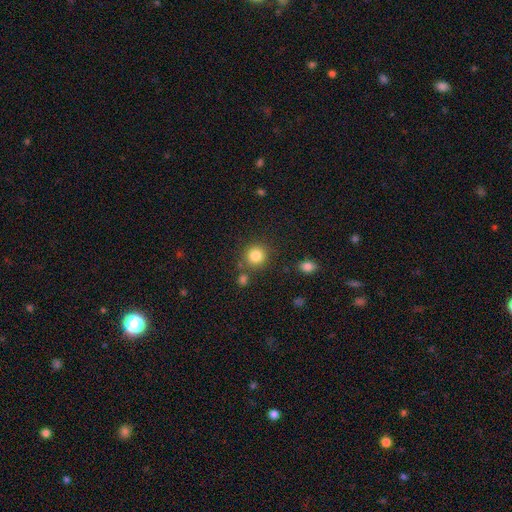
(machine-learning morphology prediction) smooth-or-featured: smooth: 84% | star or artifact: 10% | featured or disk: 6%
  how-rounded: round: 91% | in between: 8% | cigar-shaped: 1%
  merging: none: 80% | minor disturbance: 9% | merger: 8% | major disturbance: 3%